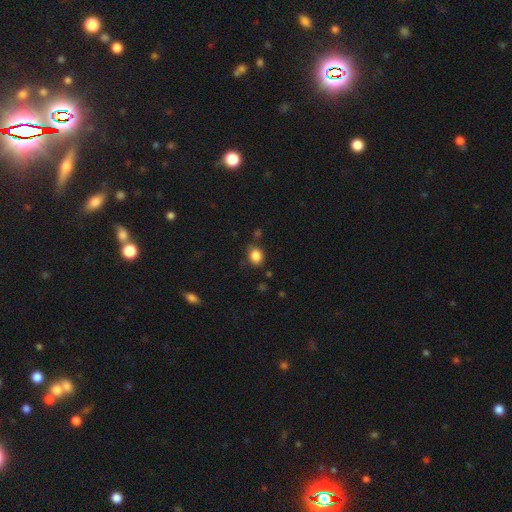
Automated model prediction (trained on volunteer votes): Overall: smooth (85%). How rounded: round (52%; in between 47%). Merging: none (75%).